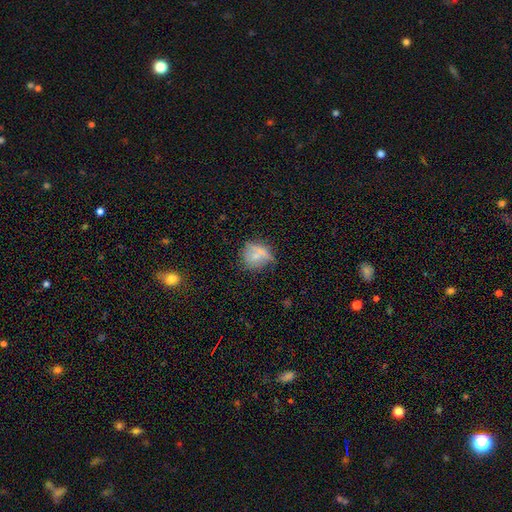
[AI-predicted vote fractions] Q: Smooth or featured?
A: smooth (68%); runner-up: featured or disk (17%)
Q: How rounded?
A: round (80%); runner-up: in between (17%)
Q: Merging?
A: none (59%); runner-up: minor disturbance (21%)